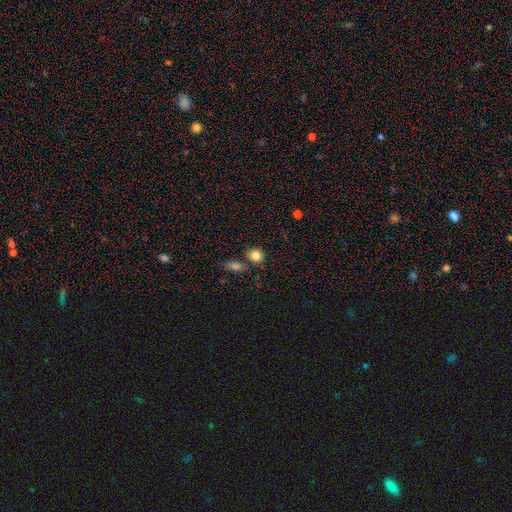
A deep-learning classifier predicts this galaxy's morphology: This is clearly a smooth galaxy (83%). How rounded: likely round (75%). Merging: likely none (74%).